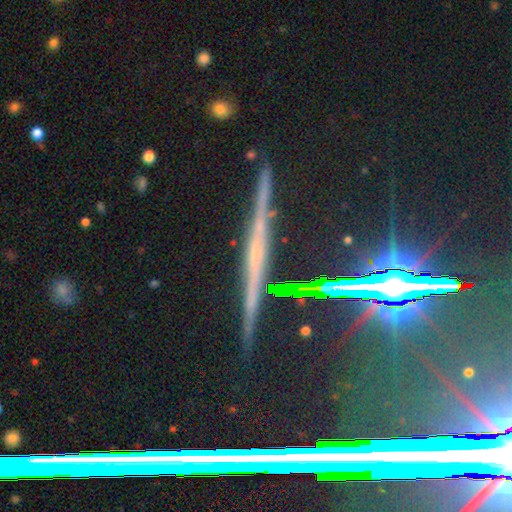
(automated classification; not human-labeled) smooth-or-featured: featured or disk: 57% | star or artifact: 31% | smooth: 12%
  disk-edge-on: yes: 96% | no: 4%
    edge-on-bulge: none: 55% | rounded: 28% | boxy: 17%
  merging: none: 87% | minor disturbance: 8% | major disturbance: 2% | merger: 2%